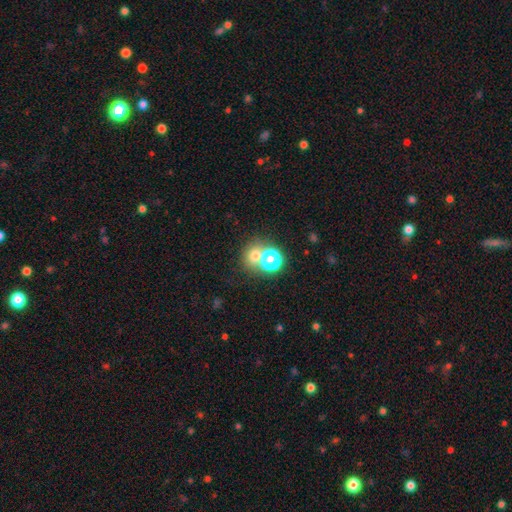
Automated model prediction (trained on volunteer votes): Morphology: type=smooth (69%); roundness=round (74%); merging=none (50%).